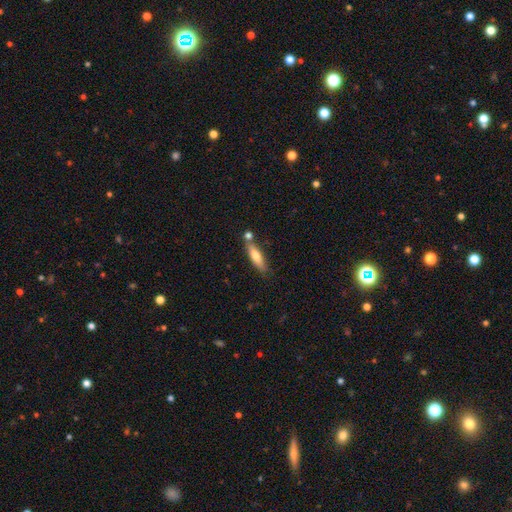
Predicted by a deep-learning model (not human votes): Smooth or featured? smooth (67%)
How rounded? cigar-shaped (72%)
Merging? none (67%)